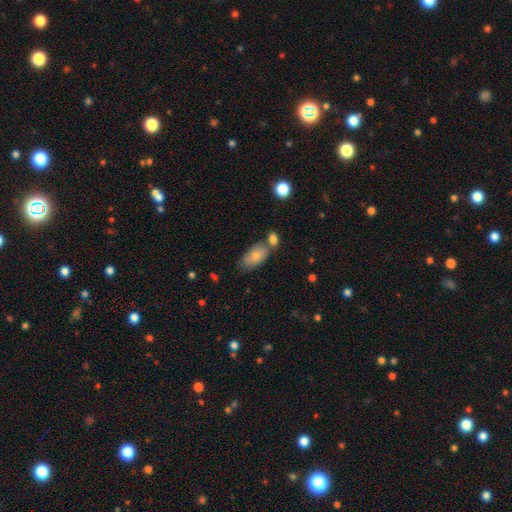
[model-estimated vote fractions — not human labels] smooth-or-featured: smooth: 78% | featured or disk: 16% | star or artifact: 6%
  how-rounded: in between: 93% | round: 4% | cigar-shaped: 3%
  merging: none: 53% | merger: 25% | minor disturbance: 18% | major disturbance: 5%